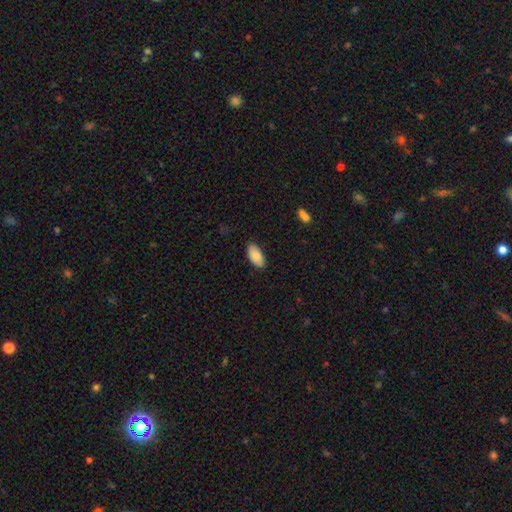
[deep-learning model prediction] This appears to be a smooth galaxy with no disk features (85%) that is in between round and cigar-shaped (93%). Merging: none (85%).